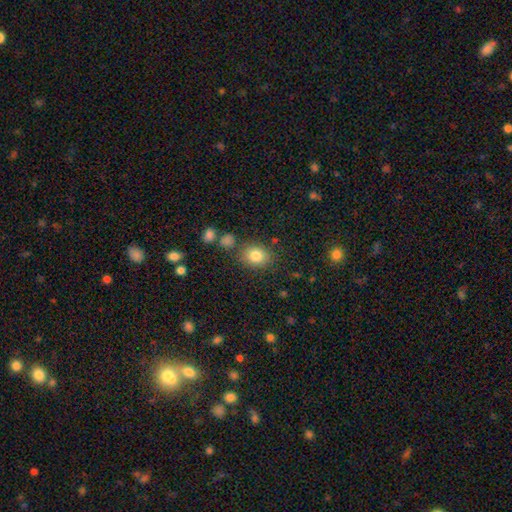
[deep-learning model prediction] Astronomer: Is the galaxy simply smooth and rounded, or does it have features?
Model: smooth — 82%.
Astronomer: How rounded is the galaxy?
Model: round — 56% (runner-up: in between, 43%).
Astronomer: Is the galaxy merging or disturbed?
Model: none — 79%.